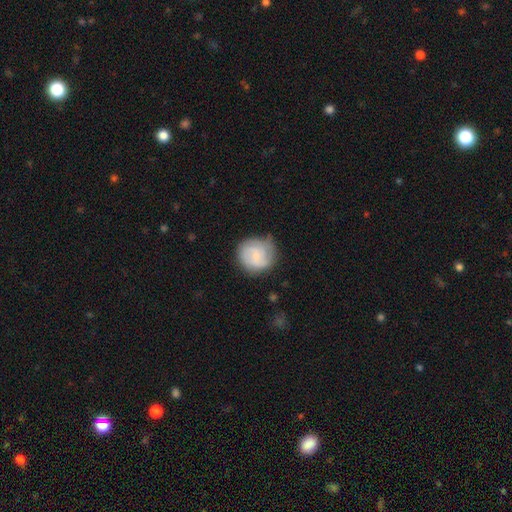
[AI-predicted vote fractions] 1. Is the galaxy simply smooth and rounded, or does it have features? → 48% smooth, 46% featured or disk, 6% star or artifact.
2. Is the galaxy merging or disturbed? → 68% none, 23% minor disturbance, 7% major disturbance, 2% merger.